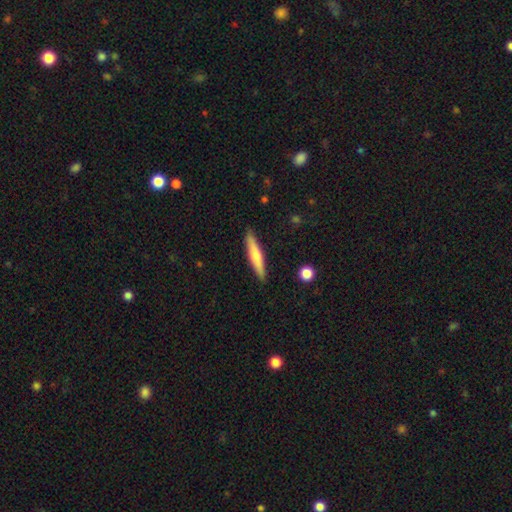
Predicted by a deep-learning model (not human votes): A smooth galaxy with no disk features (57%) that is cigar-shaped (90%).

Vote fractions:
- Smooth or featured? smooth: 57% / featured or disk: 38% / star or artifact: 6%
- How rounded? cigar-shaped: 90% / in between: 9% / round: 1%
- Merging? none: 89% / minor disturbance: 8% / major disturbance: 2% / merger: 1%